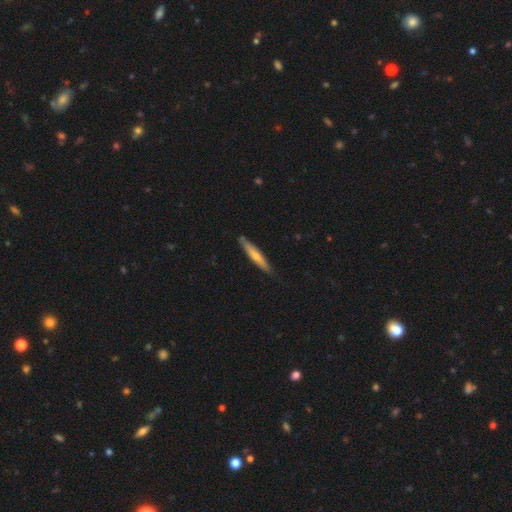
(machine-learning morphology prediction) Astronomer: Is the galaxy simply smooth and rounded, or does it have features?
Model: smooth — 59% (runner-up: featured or disk, 36%).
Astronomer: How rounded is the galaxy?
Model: cigar-shaped — 92%.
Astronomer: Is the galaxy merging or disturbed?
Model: none — 84%.